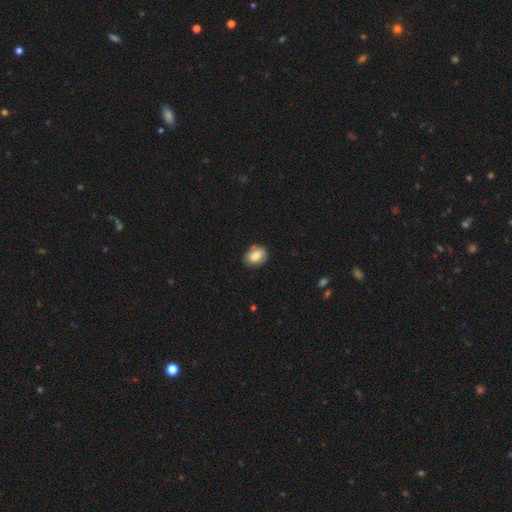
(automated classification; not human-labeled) A smooth galaxy with no disk features (77%) that is in between round and cigar-shaped (66%). Merging: none (75%).